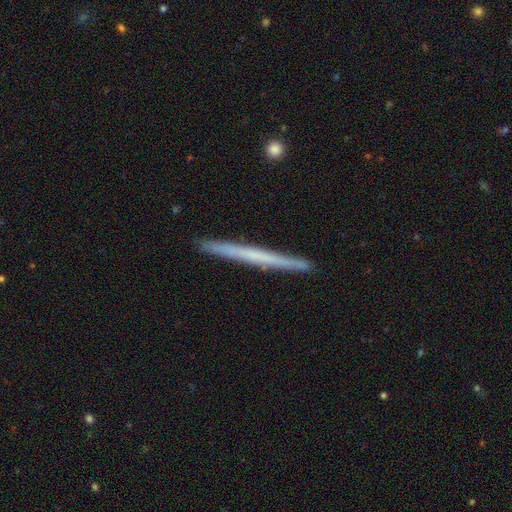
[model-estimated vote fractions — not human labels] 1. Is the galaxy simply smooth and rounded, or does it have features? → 51% featured or disk, 43% smooth, 6% star or artifact.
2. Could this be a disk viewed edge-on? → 98% yes, 2% no.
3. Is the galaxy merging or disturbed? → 92% none, 6% minor disturbance, 1% major disturbance, 1% merger.